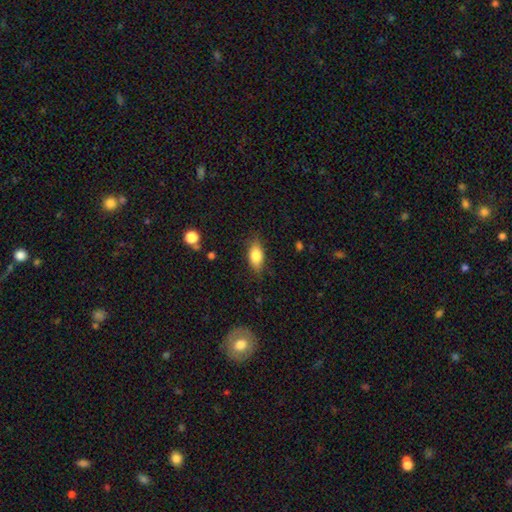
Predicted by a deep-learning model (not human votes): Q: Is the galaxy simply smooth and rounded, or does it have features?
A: smooth — 79%.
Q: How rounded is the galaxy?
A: in between — 86%.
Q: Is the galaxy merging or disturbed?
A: none — 81%.